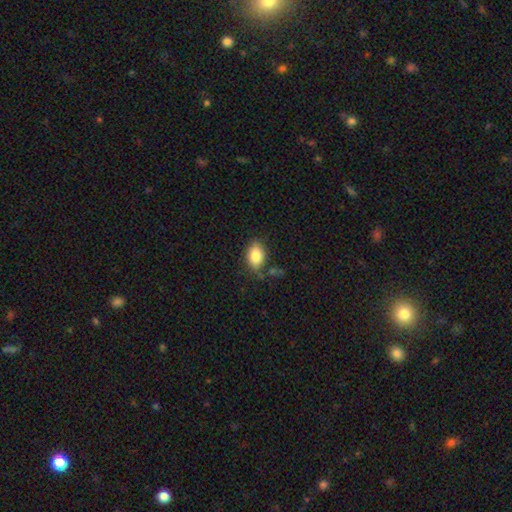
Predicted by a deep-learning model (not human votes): smooth-or-featured: smooth: 85% | star or artifact: 8% | featured or disk: 7%
  how-rounded: in between: 88% | round: 10% | cigar-shaped: 2%
  merging: none: 75% | minor disturbance: 16% | merger: 5% | major disturbance: 4%